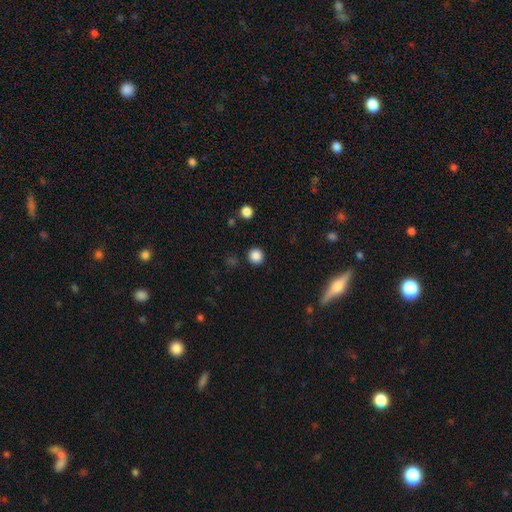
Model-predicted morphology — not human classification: smooth_or_featured: smooth (p=0.85) [alt: star or artifact p=0.12]
how_rounded: round (p=0.94) [alt: in between p=0.05]
merging: none (p=0.91) [alt: minor disturbance p=0.05]